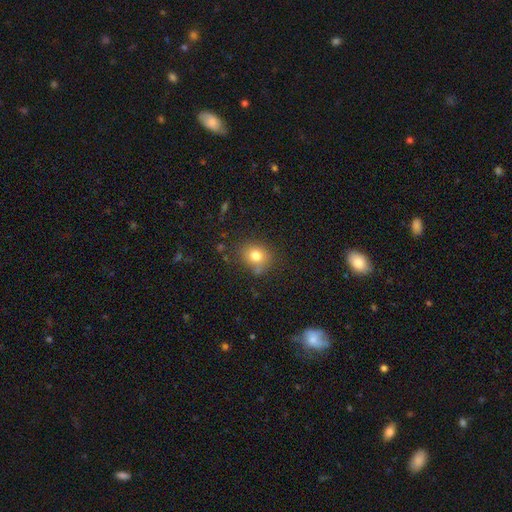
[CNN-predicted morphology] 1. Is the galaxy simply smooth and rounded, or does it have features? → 77% smooth, 13% star or artifact, 10% featured or disk.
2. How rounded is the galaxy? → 63% round, 36% in between, 1% cigar-shaped.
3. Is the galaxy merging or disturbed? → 73% none, 17% minor disturbance, 5% major disturbance, 5% merger.